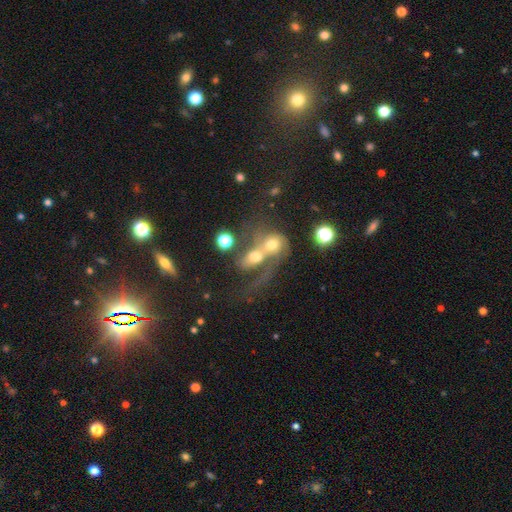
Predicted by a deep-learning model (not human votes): featured or disk 49%, smooth 38%, star or artifact 13%. Down the decision tree: merging — merger (76%).